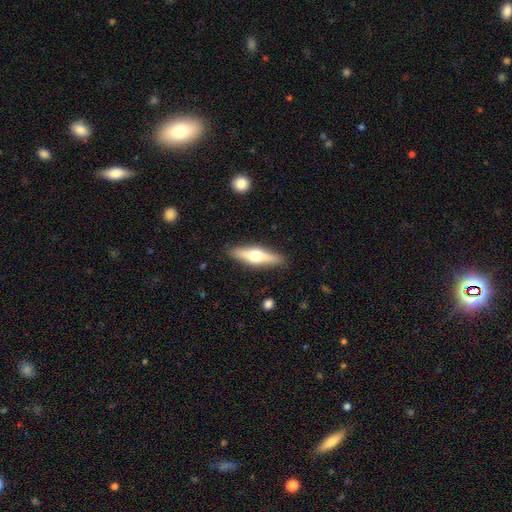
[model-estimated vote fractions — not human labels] A featured or disk galaxy (50%) viewed edge-on (92%). Merging: none (89%).